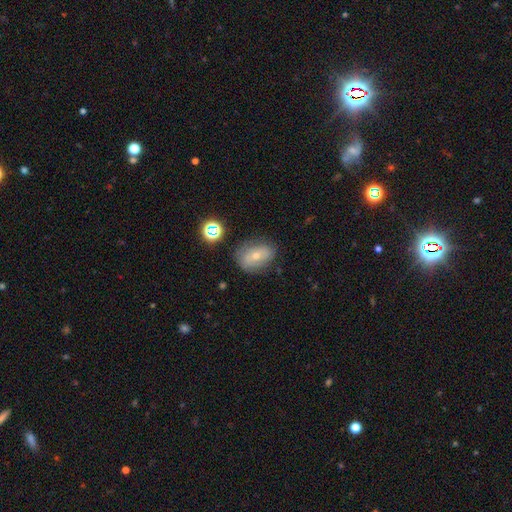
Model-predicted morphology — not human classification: smooth_or_featured: smooth (p=0.54) [alt: featured or disk p=0.33]
how_rounded: in between (p=0.69) [alt: round p=0.29]
merging: none (p=0.68) [alt: minor disturbance p=0.21]